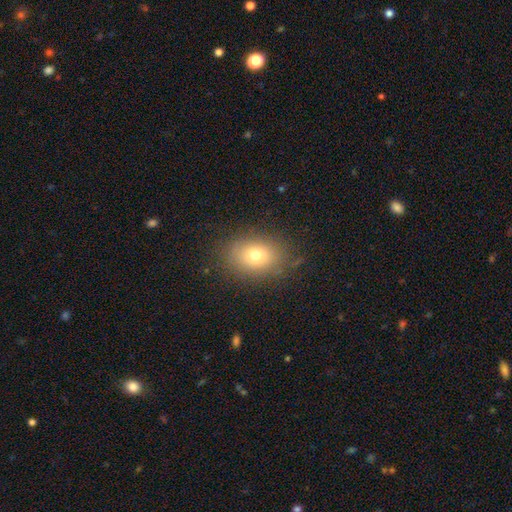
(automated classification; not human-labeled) This is likely a smooth galaxy (72%). How rounded: likely in between (62%). Merging: clearly none (82%).